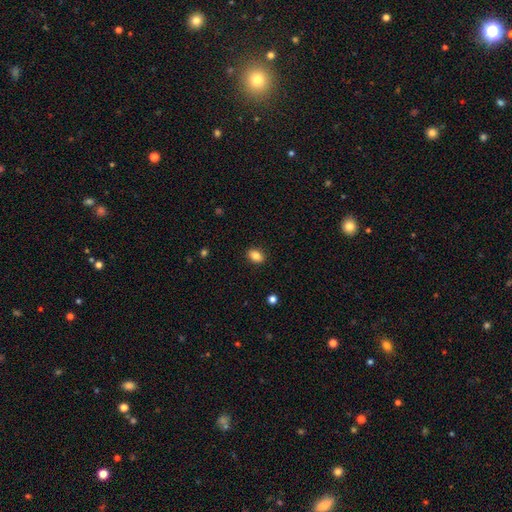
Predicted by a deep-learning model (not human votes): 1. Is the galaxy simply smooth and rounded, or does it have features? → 85% smooth, 9% star or artifact, 6% featured or disk.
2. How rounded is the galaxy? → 77% in between, 21% round, 2% cigar-shaped.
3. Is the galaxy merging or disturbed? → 89% none, 8% minor disturbance, 2% major disturbance, 1% merger.